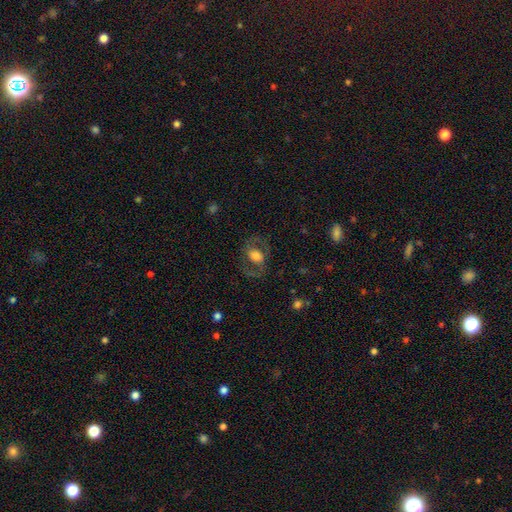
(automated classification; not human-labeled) Smooth or featured?
  - featured or disk: 52% *
  - smooth: 39%
  - star or artifact: 9%
Edge-on disk?
  - no: 95% *
  - yes: 5%
Merging?
  - none: 69% *
  - major disturbance: 15%
  - minor disturbance: 14%
  - merger: 1%